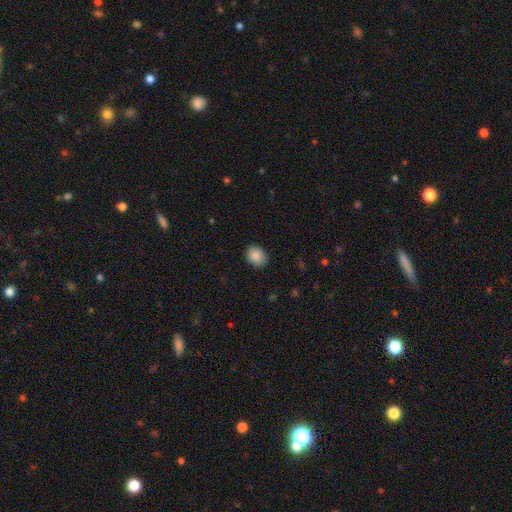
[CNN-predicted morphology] This is clearly a smooth galaxy (88%). How rounded: possibly round (56%). Merging: clearly none (88%).